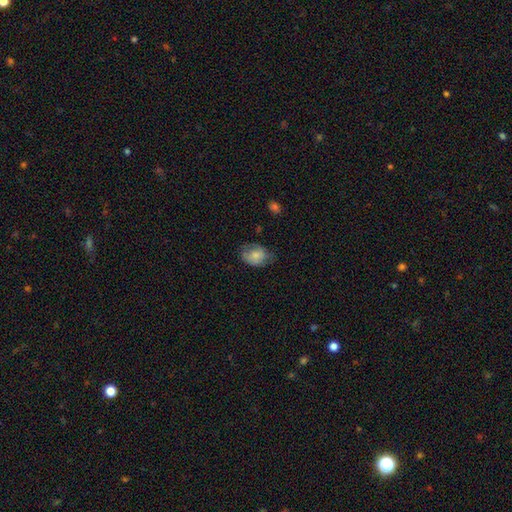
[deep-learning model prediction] A smooth galaxy with no disk features (75%) that is in between round and cigar-shaped (69%).

Vote fractions:
- Smooth or featured? smooth: 75% / featured or disk: 18% / star or artifact: 7%
- How rounded? in between: 69% / round: 30% / cigar-shaped: 1%
- Merging? none: 56% / minor disturbance: 31% / major disturbance: 11% / merger: 1%